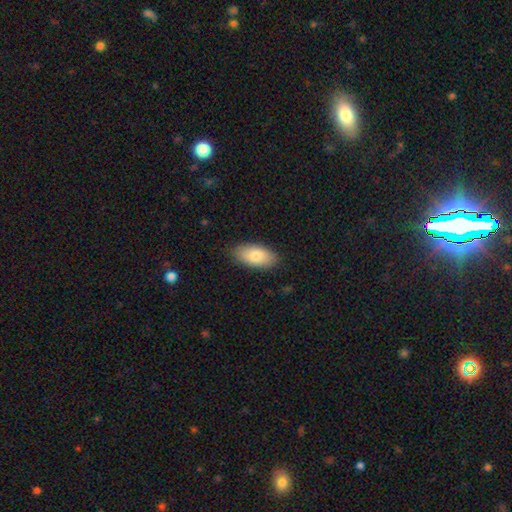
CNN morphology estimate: Smooth or featured? smooth (83%)
How rounded? in between (93%)
Merging? none (86%)